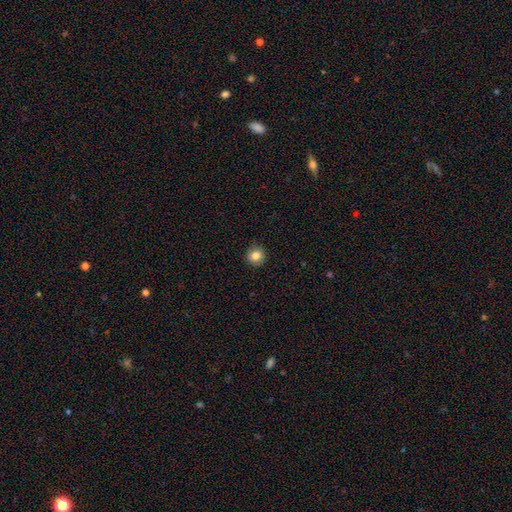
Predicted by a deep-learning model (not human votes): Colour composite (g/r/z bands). It shows a smooth galaxy with no disk features (84%) that is round (92%). Merging: none (90%).